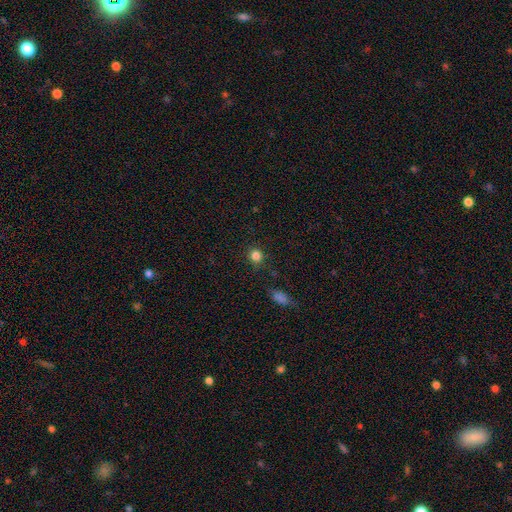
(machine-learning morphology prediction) Q: Smooth or featured?
A: smooth (82%); runner-up: star or artifact (14%)
Q: How rounded?
A: round (90%); runner-up: in between (9%)
Q: Merging?
A: none (85%); runner-up: minor disturbance (10%)